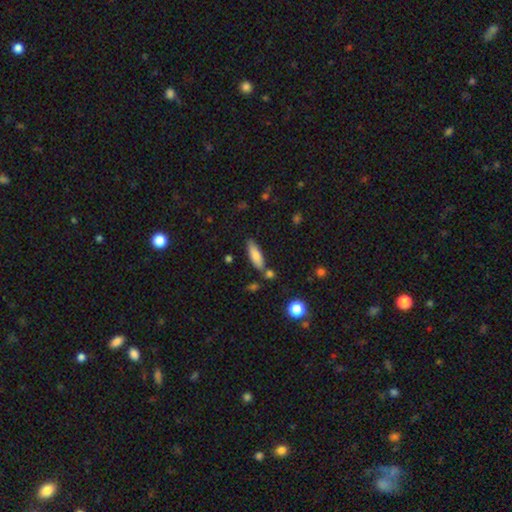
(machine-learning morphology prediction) smooth-or-featured: smooth: 79% | featured or disk: 14% | star or artifact: 7%
  how-rounded: in between: 51% | cigar-shaped: 47% | round: 2%
  merging: none: 74% | minor disturbance: 14% | merger: 9% | major disturbance: 3%